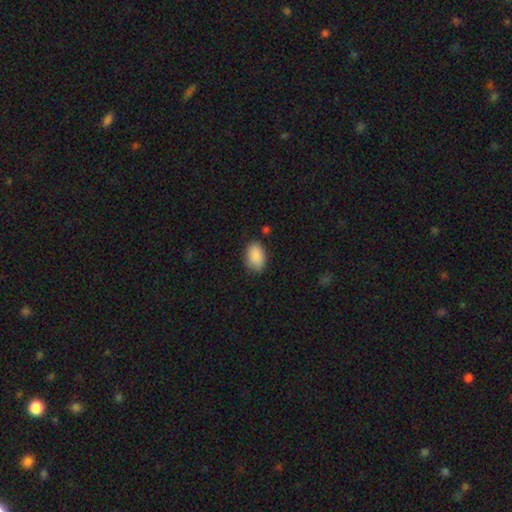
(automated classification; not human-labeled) smooth_or_featured: smooth (p=0.89) [alt: star or artifact p=0.07]
how_rounded: in between (p=0.88) [alt: round p=0.11]
merging: none (p=0.78) [alt: minor disturbance p=0.17]